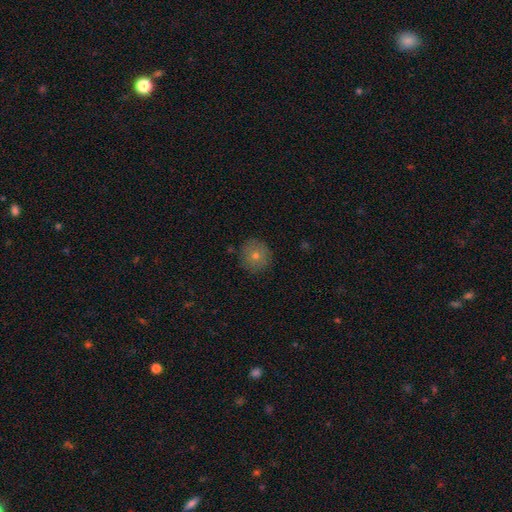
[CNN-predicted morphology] This appears to be a smooth galaxy with no disk features (70%) that is round (95%). Merging: none (88%).